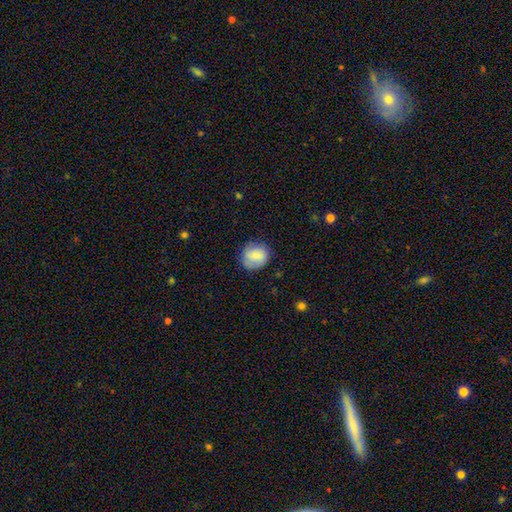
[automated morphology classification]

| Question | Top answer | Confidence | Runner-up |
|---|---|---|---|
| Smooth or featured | smooth | 78% | featured or disk (15%) |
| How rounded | round | 80% | in between (19%) |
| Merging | none | 77% | minor disturbance (17%) |